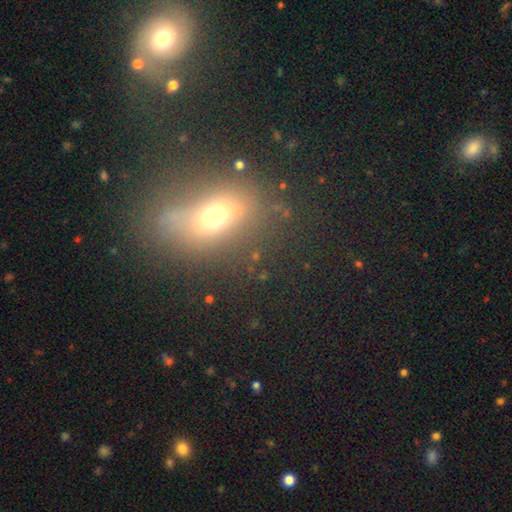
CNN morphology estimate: Q: Smooth or featured?
A: smooth (55%); runner-up: star or artifact (26%)
Q: How rounded?
A: in between (57%); runner-up: round (36%)
Q: Merging?
A: none (70%); runner-up: minor disturbance (14%)